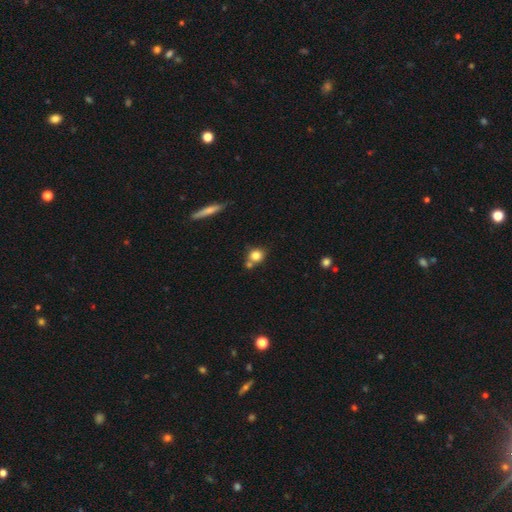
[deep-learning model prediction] Smooth or featured? smooth (80%)
How rounded? round (82%)
Merging? none (58%)